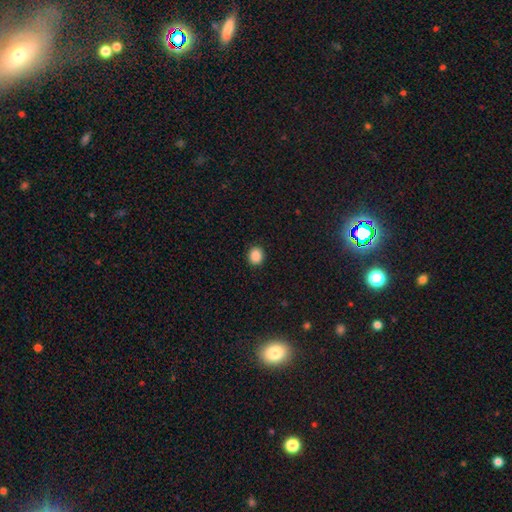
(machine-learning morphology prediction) A smooth galaxy with no disk features (88%) that is round (75%). Merging: none (91%).